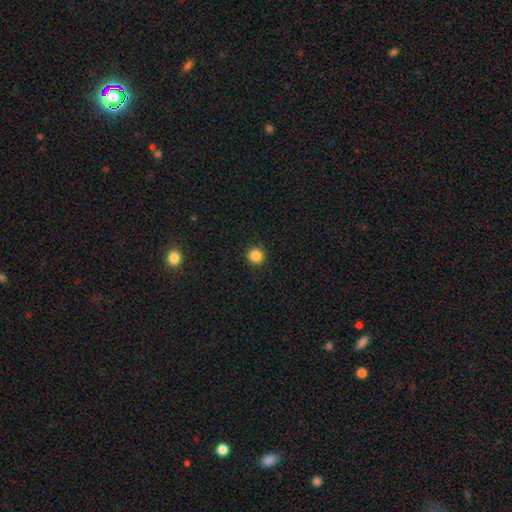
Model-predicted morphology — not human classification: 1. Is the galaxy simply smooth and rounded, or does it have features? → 86% smooth, 11% star or artifact, 3% featured or disk.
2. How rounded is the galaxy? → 95% round, 4% in between, 1% cigar-shaped.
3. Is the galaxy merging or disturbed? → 92% none, 5% minor disturbance, 2% major disturbance, 1% merger.